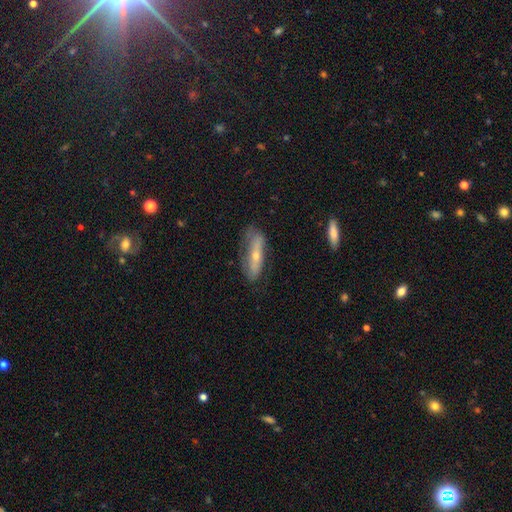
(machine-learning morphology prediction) smooth-or-featured: featured or disk: 55% | smooth: 36% | star or artifact: 8%
  disk-edge-on: no: 51% | yes: 49%
  merging: none: 66% | minor disturbance: 23% | major disturbance: 9% | merger: 2%